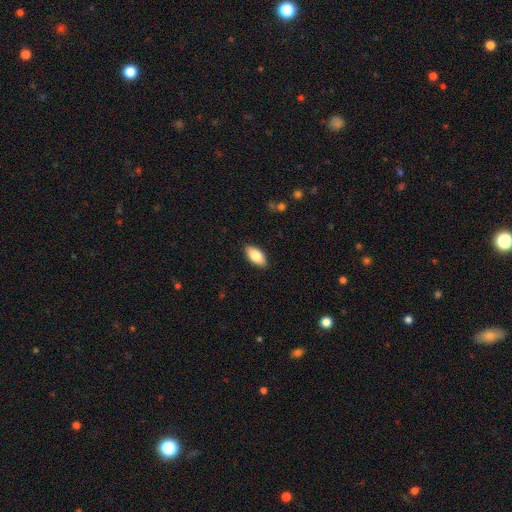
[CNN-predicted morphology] Q: Smooth or featured?
A: smooth (82%); runner-up: featured or disk (11%)
Q: How rounded?
A: in between (92%); runner-up: cigar-shaped (6%)
Q: Merging?
A: none (88%); runner-up: minor disturbance (9%)